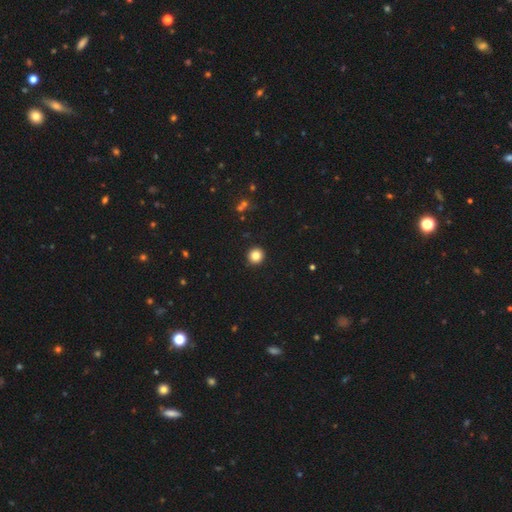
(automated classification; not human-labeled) This is clearly a smooth galaxy (84%). How rounded: clearly round (93%). Merging: clearly none (93%).